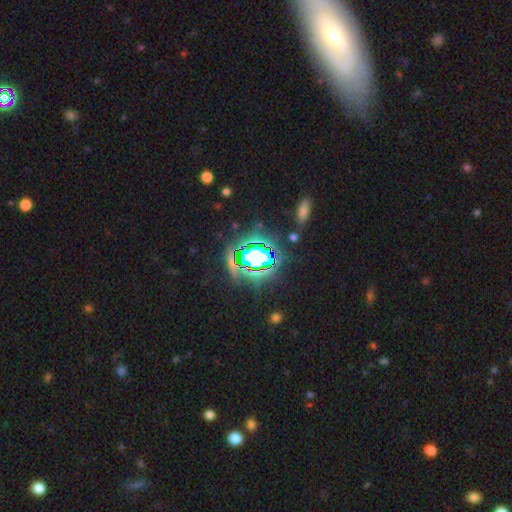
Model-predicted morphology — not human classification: Q: Smooth or featured?
A: star or artifact (71%); runner-up: smooth (16%)